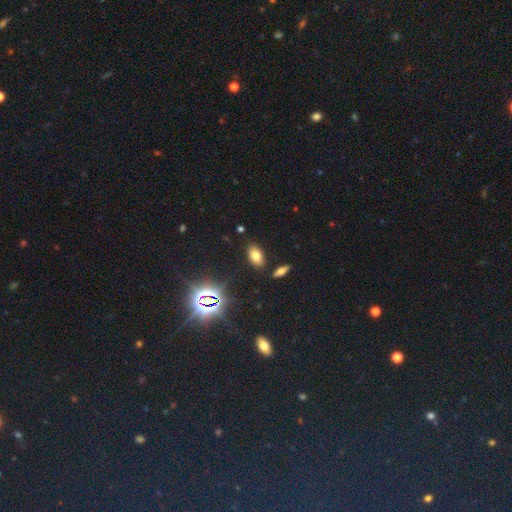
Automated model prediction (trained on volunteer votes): Overall: smooth (70%). How rounded: in between (89%). Merging: none (87%).